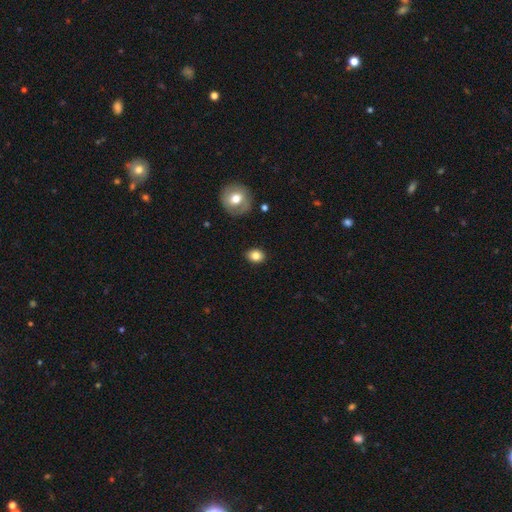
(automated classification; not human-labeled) Overall: smooth (83%). How rounded: in between (54%; round 45%). Merging: none (88%).